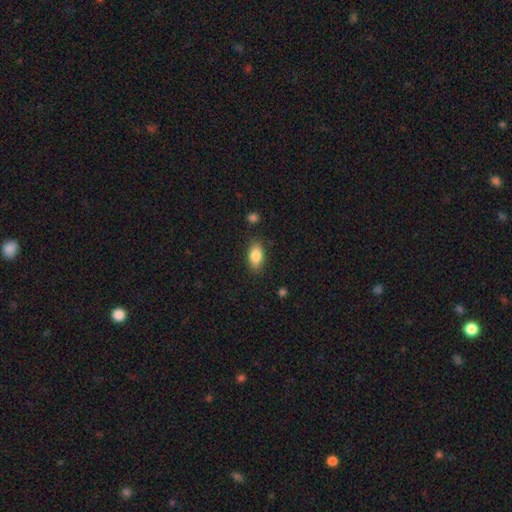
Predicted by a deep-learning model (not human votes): smooth_or_featured: smooth (p=0.84) [alt: featured or disk p=0.08]
how_rounded: in between (p=0.91) [alt: round p=0.05]
merging: none (p=0.86) [alt: minor disturbance p=0.10]